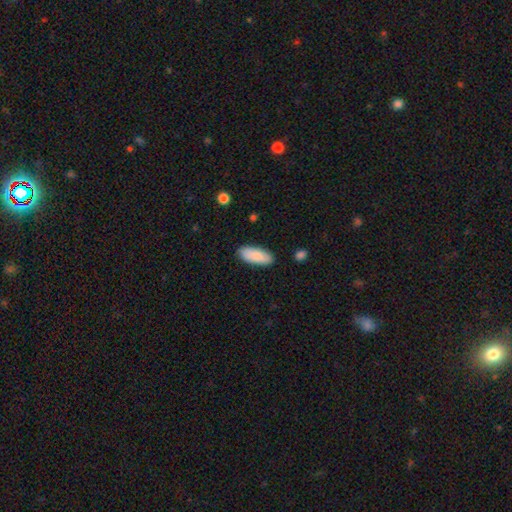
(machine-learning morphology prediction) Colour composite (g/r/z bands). It shows a smooth galaxy with no disk features (84%) that is in between round and cigar-shaped (84%). Merging: none (87%).